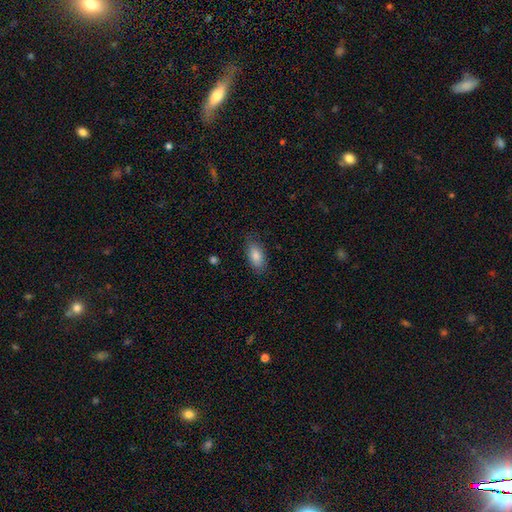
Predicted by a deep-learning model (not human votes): Smooth or featured?
  - smooth: 82% *
  - featured or disk: 10%
  - star or artifact: 8%
How rounded?
  - in between: 87% *
  - cigar-shaped: 10%
  - round: 3%
Merging?
  - none: 83% *
  - minor disturbance: 13%
  - major disturbance: 3%
  - merger: 1%